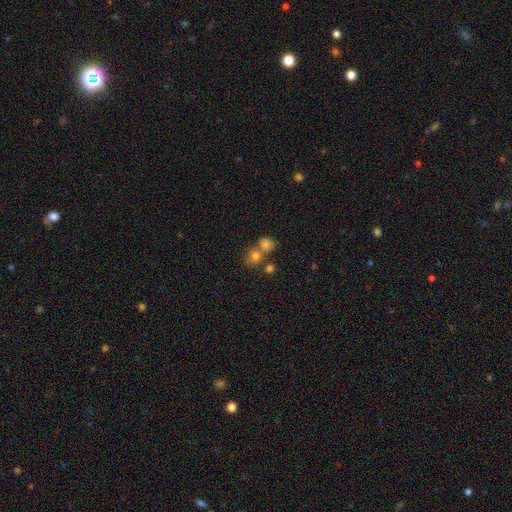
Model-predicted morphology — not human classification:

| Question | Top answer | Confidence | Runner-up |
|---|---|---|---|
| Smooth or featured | smooth | 58% | star or artifact (27%) |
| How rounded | round | 78% | in between (20%) |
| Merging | none | 47% | merger (42%) |